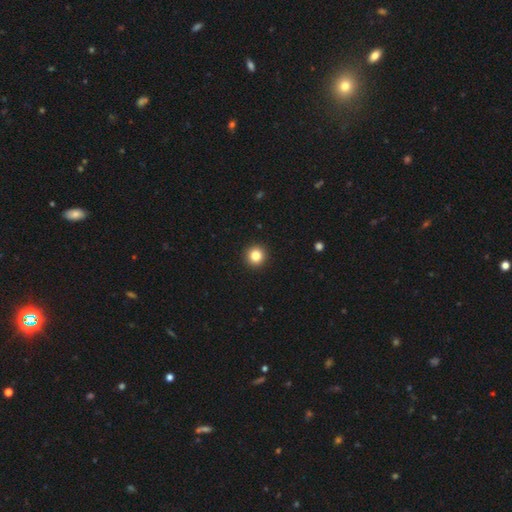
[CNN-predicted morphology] A smooth galaxy with no disk features (84%) that is round (95%). Merging: none (94%).